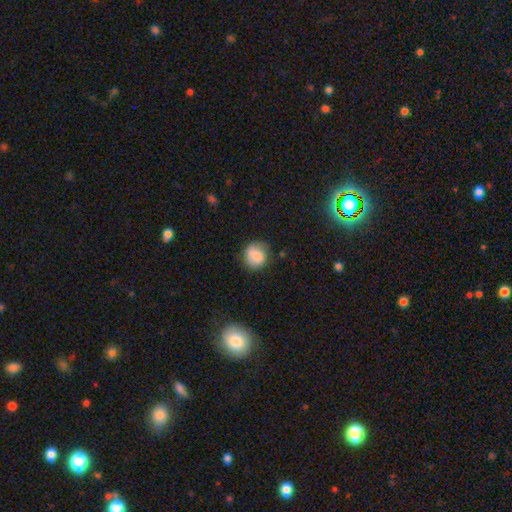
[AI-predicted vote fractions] Q: Smooth or featured?
A: smooth (79%); runner-up: featured or disk (12%)
Q: How rounded?
A: round (84%); runner-up: in between (15%)
Q: Merging?
A: none (74%); runner-up: minor disturbance (19%)